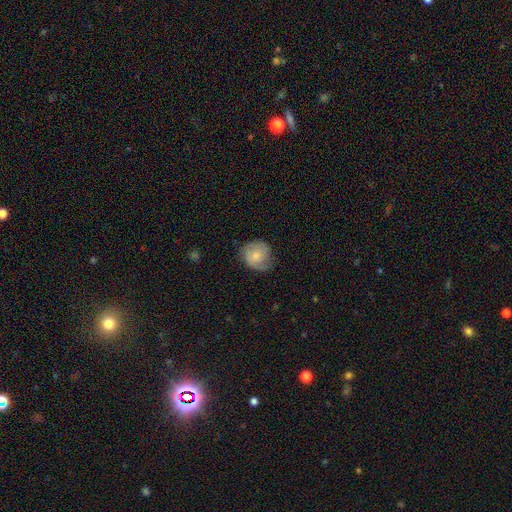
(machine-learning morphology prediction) This is possibly a featured or disk galaxy (58%). It is clearly not viewed edge-on (98%). Bar: likely no (74%). Spiral arm pattern: clearly yes (90%). Spiral arm count: likely 2 (66%). Spiral winding: possibly tight (51%). Central bulge: possibly small (51%). Merging: likely none (69%).